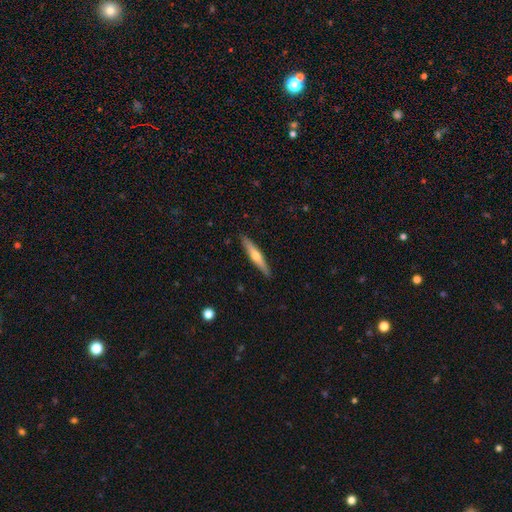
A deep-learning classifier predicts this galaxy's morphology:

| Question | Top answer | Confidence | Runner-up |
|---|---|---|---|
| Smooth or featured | featured or disk | 58% | smooth (37%) |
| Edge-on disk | yes | 96% | no (4%) |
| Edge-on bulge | rounded | 89% | none (8%) |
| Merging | none | 90% | minor disturbance (7%) |